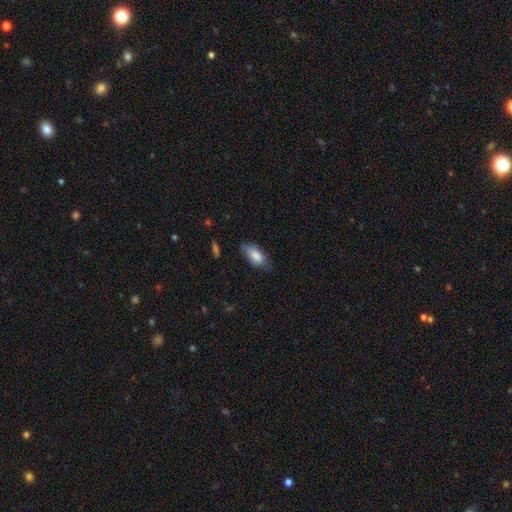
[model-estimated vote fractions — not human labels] A smooth galaxy with no disk features (81%) that is in between round and cigar-shaped (87%).

Vote fractions:
- Smooth or featured? smooth: 81% / featured or disk: 12% / star or artifact: 7%
- How rounded? in between: 87% / cigar-shaped: 10% / round: 3%
- Merging? none: 62% / minor disturbance: 29% / major disturbance: 7% / merger: 2%